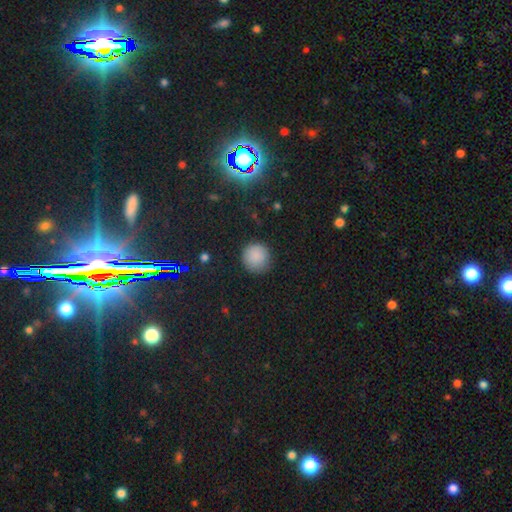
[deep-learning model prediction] smooth-or-featured: smooth: 84% | star or artifact: 11% | featured or disk: 5%
  how-rounded: round: 94% | in between: 5% | cigar-shaped: 1%
  merging: none: 87% | minor disturbance: 10% | major disturbance: 3% | merger: 1%